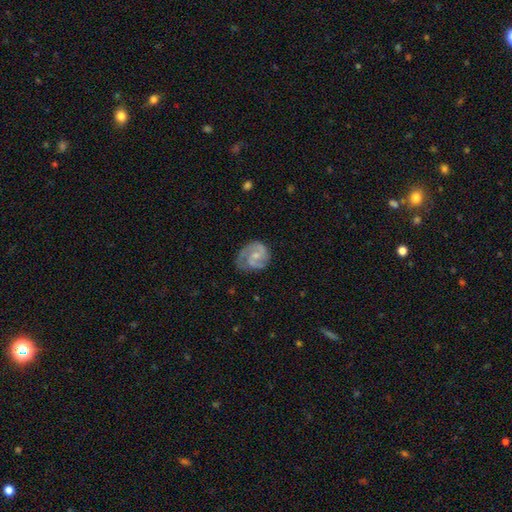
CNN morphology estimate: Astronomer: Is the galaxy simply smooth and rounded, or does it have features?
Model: featured or disk — 74%.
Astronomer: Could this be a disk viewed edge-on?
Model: no — 98%.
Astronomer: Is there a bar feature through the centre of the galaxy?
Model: no — 55% (runner-up: weak, 38%).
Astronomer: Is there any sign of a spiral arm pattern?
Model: yes — 92%.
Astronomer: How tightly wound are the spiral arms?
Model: medium — 47% (runner-up: tight, 35%).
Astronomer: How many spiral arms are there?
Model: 2 — 70%.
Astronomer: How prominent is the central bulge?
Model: small — 53% (runner-up: moderate, 34%).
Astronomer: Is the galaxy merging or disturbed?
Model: none — 56%.